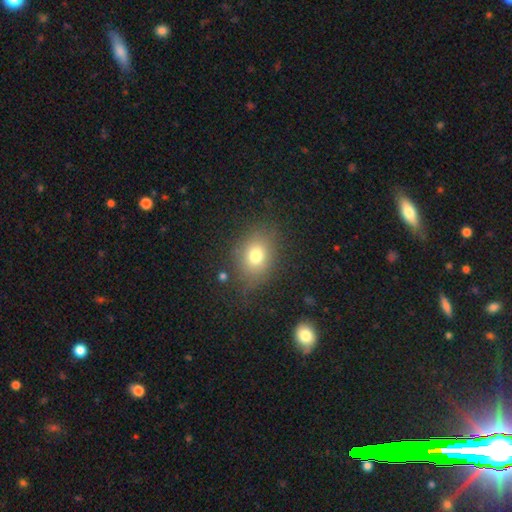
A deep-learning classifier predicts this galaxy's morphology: smooth-or-featured: smooth: 75% | star or artifact: 13% | featured or disk: 12%
  how-rounded: in between: 53% | round: 46% | cigar-shaped: 1%
  merging: none: 78% | minor disturbance: 15% | major disturbance: 6% | merger: 2%